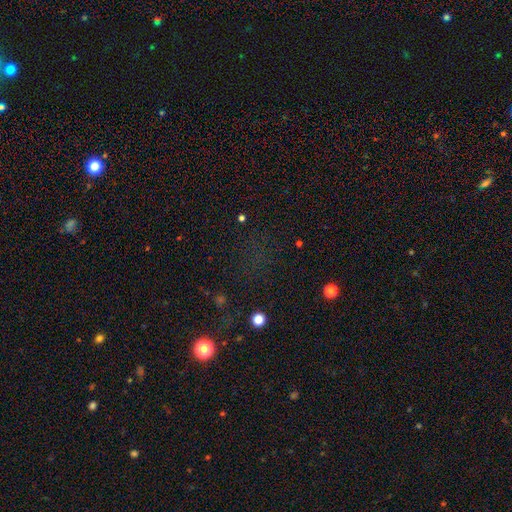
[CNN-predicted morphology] Smooth or featured?
  - star or artifact: 59% *
  - smooth: 30%
  - featured or disk: 11%